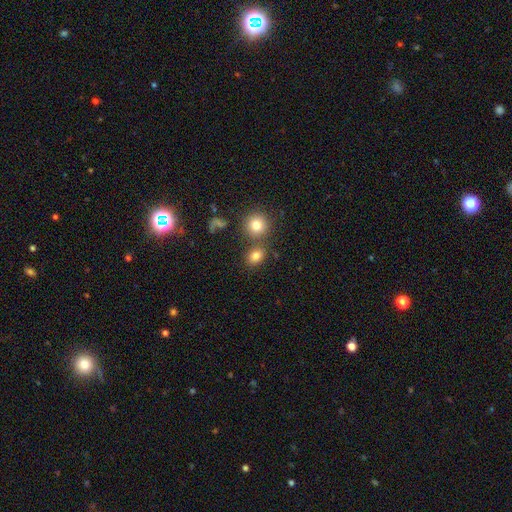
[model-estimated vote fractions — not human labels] A smooth galaxy with no disk features (80%) that is in between round and cigar-shaped (57%). Merging: none (67%).